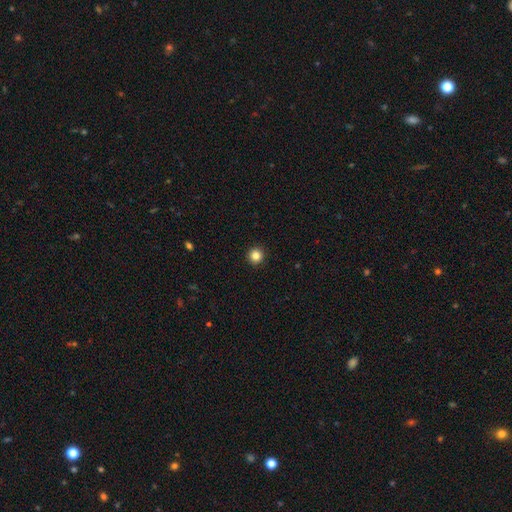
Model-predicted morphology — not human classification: smooth-or-featured: smooth: 84% | star or artifact: 11% | featured or disk: 5%
  how-rounded: round: 96% | in between: 3% | cigar-shaped: 1%
  merging: none: 94% | minor disturbance: 4% | major disturbance: 1% | merger: 1%